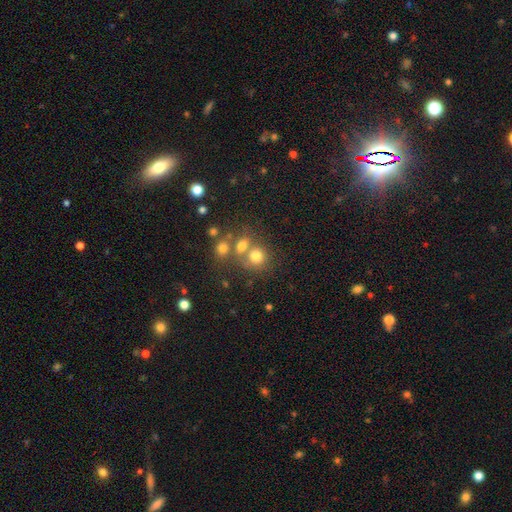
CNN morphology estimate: Q: Smooth or featured?
A: smooth (72%); runner-up: star or artifact (15%)
Q: How rounded?
A: round (79%); runner-up: in between (20%)
Q: Merging?
A: none (45%); runner-up: merger (41%)